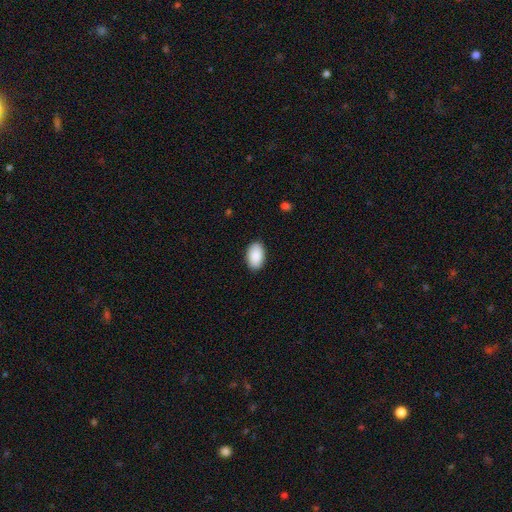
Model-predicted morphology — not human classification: Smooth or featured? Predicted: smooth (p=0.90). How rounded? Predicted: in between (p=0.93). Merging? Predicted: none (p=0.89).